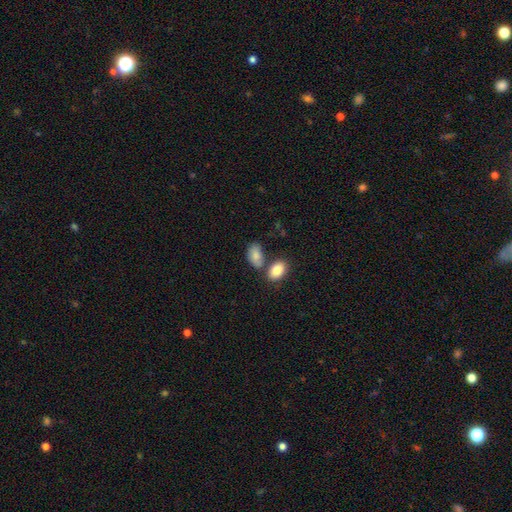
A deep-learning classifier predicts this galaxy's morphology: This is clearly a smooth galaxy (84%). How rounded: clearly in between (93%). Merging: possibly none (53%).